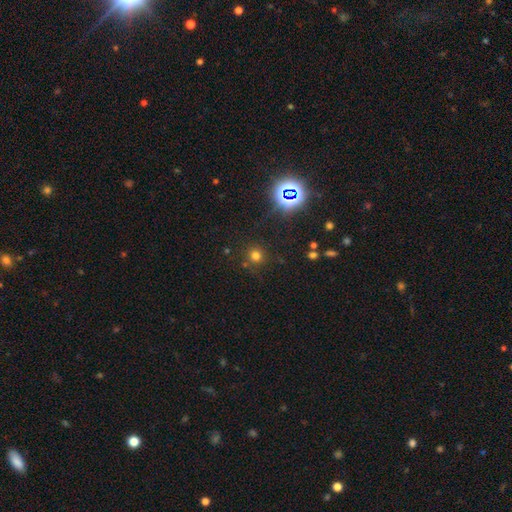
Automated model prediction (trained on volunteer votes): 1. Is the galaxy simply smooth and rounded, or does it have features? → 68% smooth, 26% star or artifact, 7% featured or disk.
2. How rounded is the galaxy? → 93% round, 6% in between, 1% cigar-shaped.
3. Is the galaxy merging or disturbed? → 85% none, 8% minor disturbance, 4% merger, 3% major disturbance.